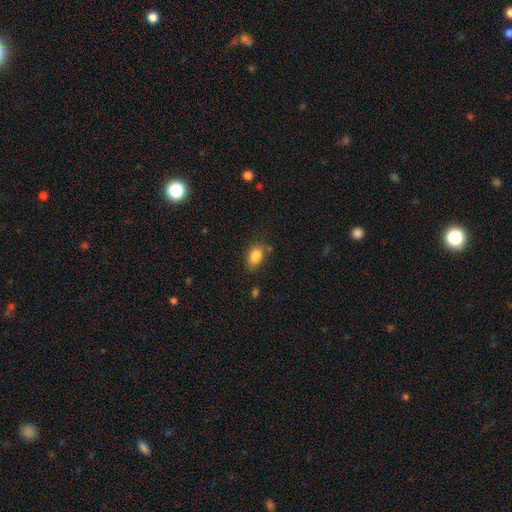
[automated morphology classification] Q: Smooth or featured?
A: smooth (86%); runner-up: star or artifact (9%)
Q: How rounded?
A: in between (87%); runner-up: round (10%)
Q: Merging?
A: none (74%); runner-up: minor disturbance (17%)